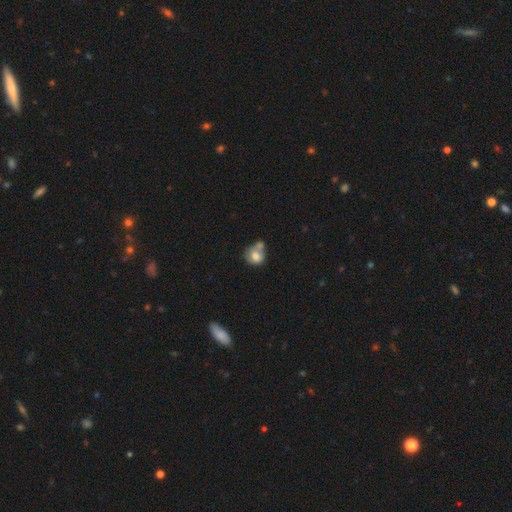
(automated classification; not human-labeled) Overall: smooth (73%). How rounded: round (74%). Merging: merger (48%; none 31%).